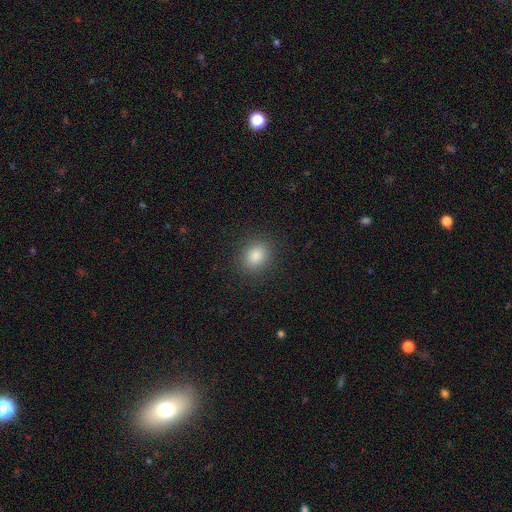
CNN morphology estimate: Q: Smooth or featured?
A: smooth (84%); runner-up: star or artifact (11%)
Q: How rounded?
A: round (60%); runner-up: in between (39%)
Q: Merging?
A: none (89%); runner-up: minor disturbance (7%)